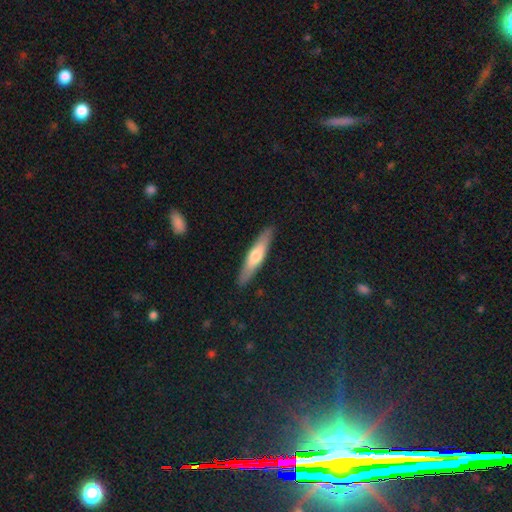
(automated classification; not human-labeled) The model was most divided on "smooth or featured": smooth: 54%, featured or disk: 41%, star or artifact: 5%. More confident: merging — none (90%); how rounded — cigar-shaped (85%).